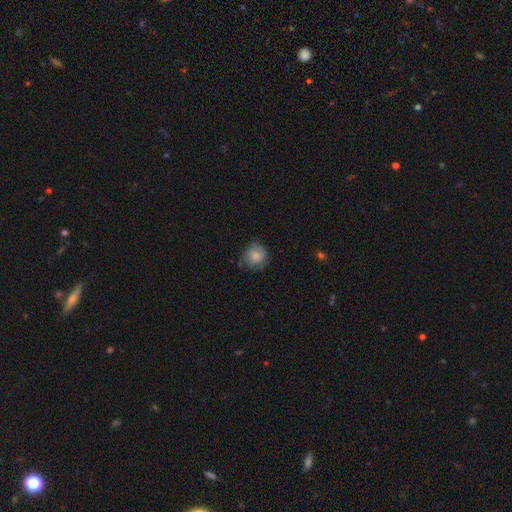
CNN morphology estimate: Smooth or featured? Predicted: smooth (p=0.78). How rounded? Predicted: round (p=0.87). Merging? Predicted: none (p=0.69).